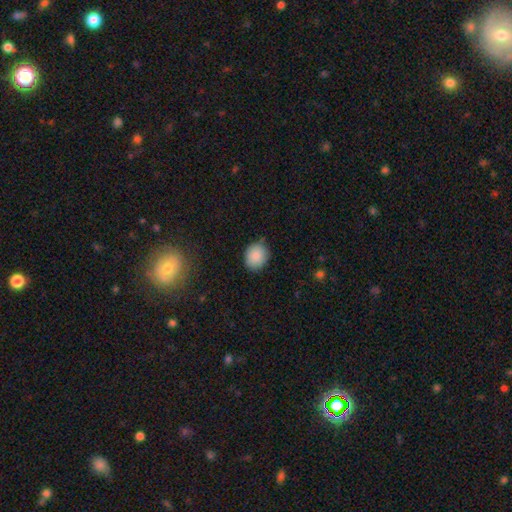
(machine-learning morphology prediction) Smooth or featured?
  - smooth: 87% *
  - star or artifact: 8%
  - featured or disk: 4%
How rounded?
  - round: 70% *
  - in between: 29%
  - cigar-shaped: 1%
Merging?
  - none: 82% *
  - minor disturbance: 13%
  - major disturbance: 3%
  - merger: 2%